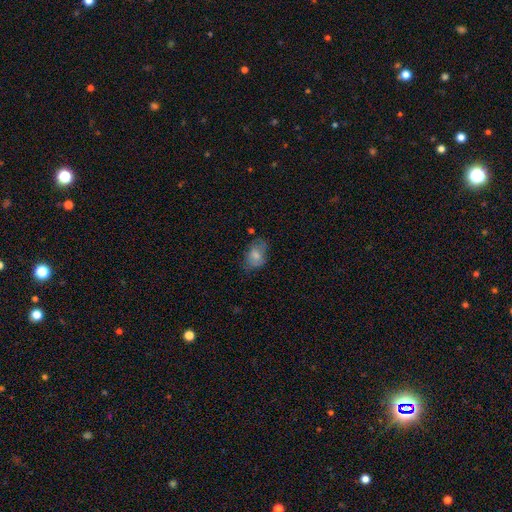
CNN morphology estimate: This appears to be a smooth galaxy with no disk features (70%) that is in between round and cigar-shaped (82%). Merging: none (54%).